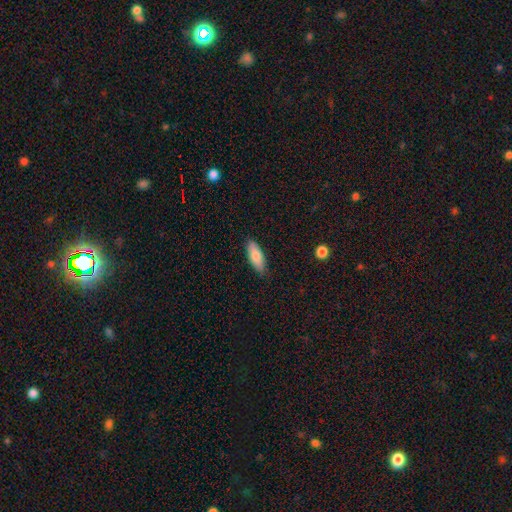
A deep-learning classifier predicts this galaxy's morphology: Smooth or featured?
  - smooth: 81% *
  - featured or disk: 13%
  - star or artifact: 6%
How rounded?
  - in between: 71% *
  - cigar-shaped: 27%
  - round: 2%
Merging?
  - none: 86% *
  - minor disturbance: 11%
  - major disturbance: 2%
  - merger: 1%